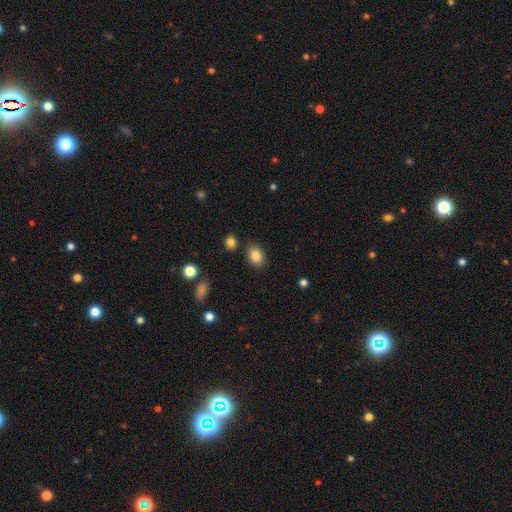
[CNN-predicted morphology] A smooth galaxy with no disk features (84%) that is in between round and cigar-shaped (70%). Merging: none (85%).